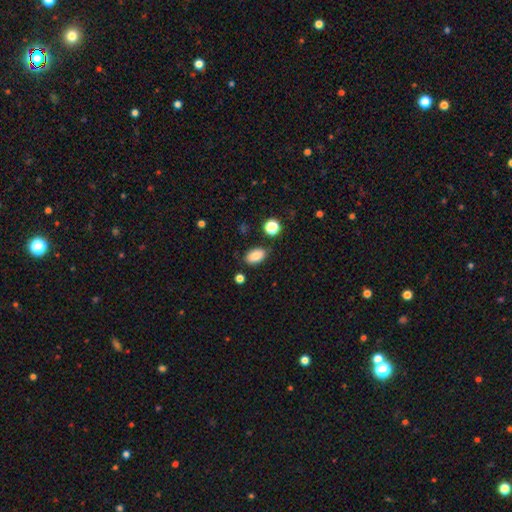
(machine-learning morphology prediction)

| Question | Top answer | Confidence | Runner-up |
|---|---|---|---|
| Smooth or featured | smooth | 84% | star or artifact (9%) |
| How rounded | in between | 90% | round (8%) |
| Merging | none | 80% | minor disturbance (13%) |